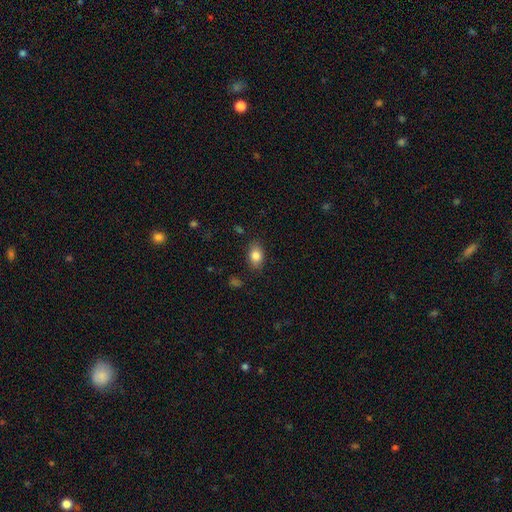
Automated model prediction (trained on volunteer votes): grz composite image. It shows a smooth galaxy with no disk features (83%) that is in between round and cigar-shaped (80%). Merging: none (84%).